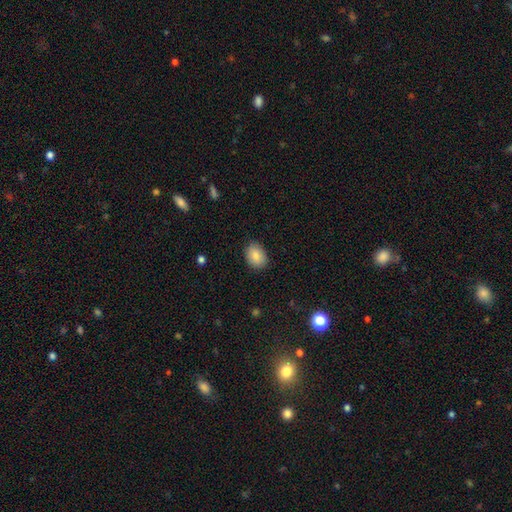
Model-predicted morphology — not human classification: smooth_or_featured: smooth (p=0.85) [alt: featured or disk p=0.08]
how_rounded: in between (p=0.73) [alt: round p=0.26]
merging: none (p=0.86) [alt: minor disturbance p=0.11]